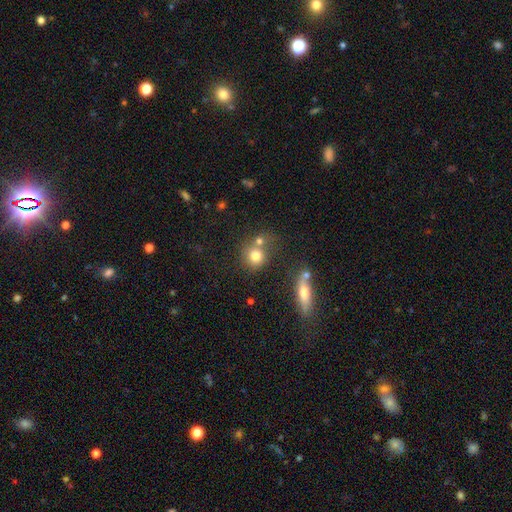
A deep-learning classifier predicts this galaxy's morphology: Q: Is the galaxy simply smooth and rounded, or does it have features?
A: smooth — 76%.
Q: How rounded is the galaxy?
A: round — 85%.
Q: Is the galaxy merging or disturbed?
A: none — 54%.